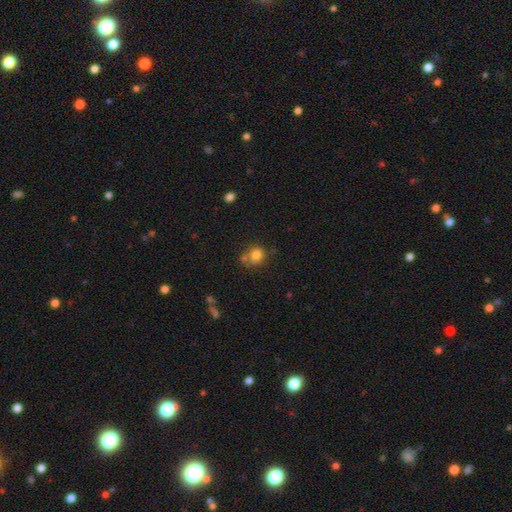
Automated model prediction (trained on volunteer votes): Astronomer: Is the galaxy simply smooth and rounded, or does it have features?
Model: smooth — 77%.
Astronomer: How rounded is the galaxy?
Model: round — 66%.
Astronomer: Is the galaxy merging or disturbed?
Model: none — 51%.